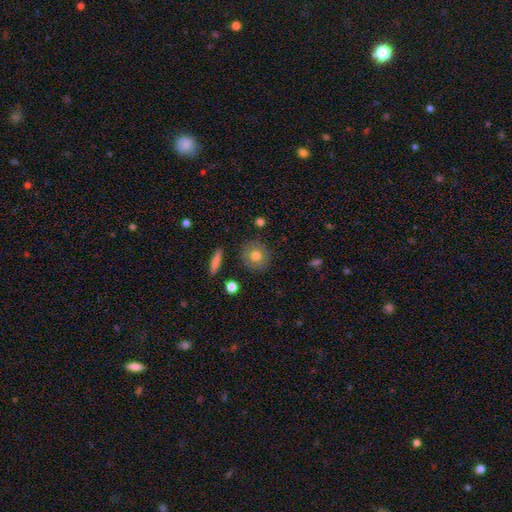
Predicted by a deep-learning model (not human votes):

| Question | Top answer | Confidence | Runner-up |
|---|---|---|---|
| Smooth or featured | smooth | 74% | featured or disk (17%) |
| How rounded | round | 90% | in between (9%) |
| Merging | none | 86% | minor disturbance (9%) |